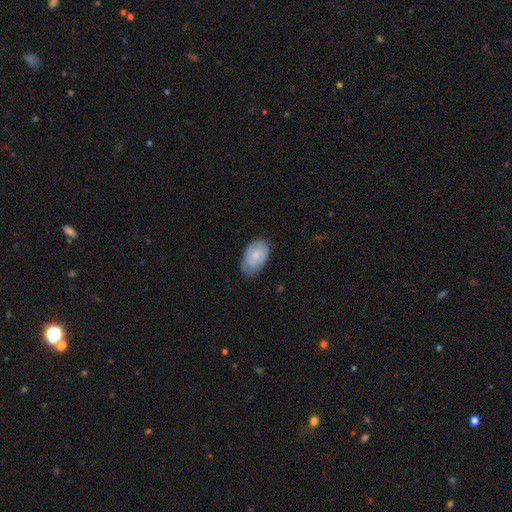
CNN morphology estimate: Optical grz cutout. It shows a smooth galaxy with no disk features (65%) that is in between round and cigar-shaped (92%). Merging: none (63%).